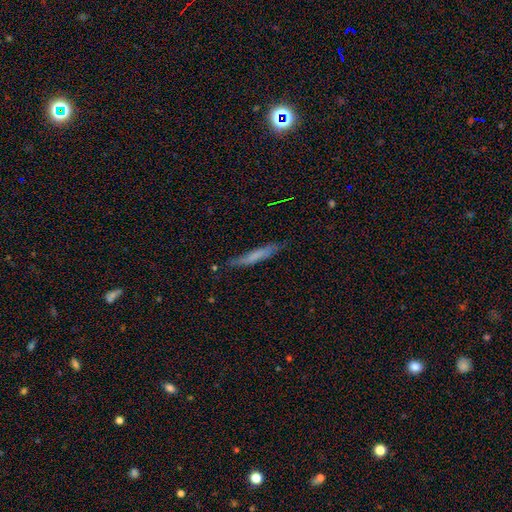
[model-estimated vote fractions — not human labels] Overall: smooth (59%; featured or disk 33%). How rounded: cigar-shaped (92%). Merging: none (74%).